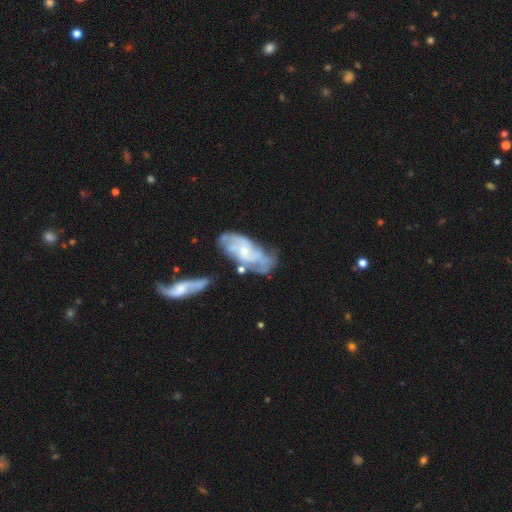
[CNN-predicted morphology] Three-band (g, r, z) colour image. It shows a featured or disk galaxy (76%) with no bar (67%), medium (41%) spiral arms (85%) and a small central bulge (61%). Merging: none (51%).